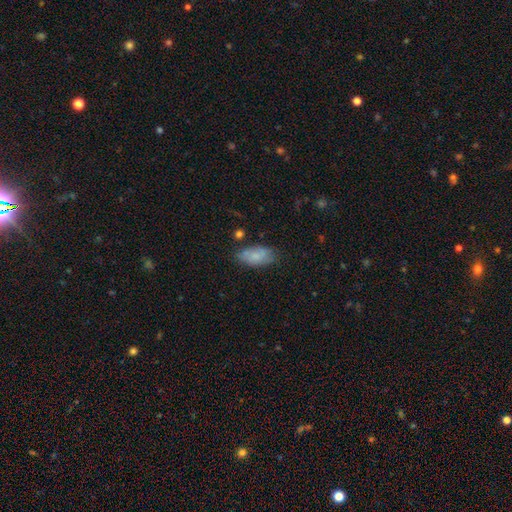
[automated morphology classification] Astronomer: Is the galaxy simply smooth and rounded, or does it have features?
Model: smooth — 74%.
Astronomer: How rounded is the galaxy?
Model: in between — 91%.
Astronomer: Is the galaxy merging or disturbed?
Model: none — 67%.